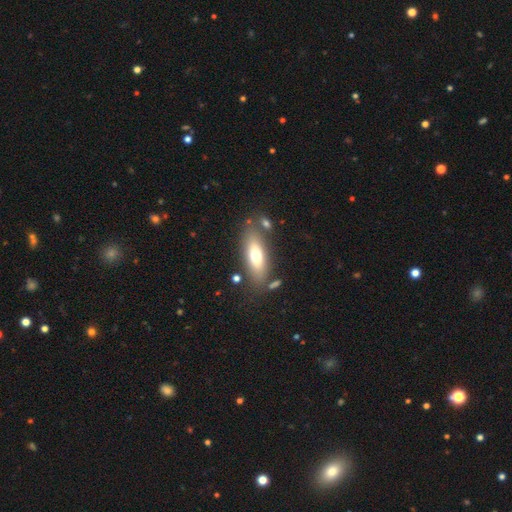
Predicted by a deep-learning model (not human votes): A smooth galaxy with no disk features (64%) that is in between round and cigar-shaped (62%). Merging: none (77%).